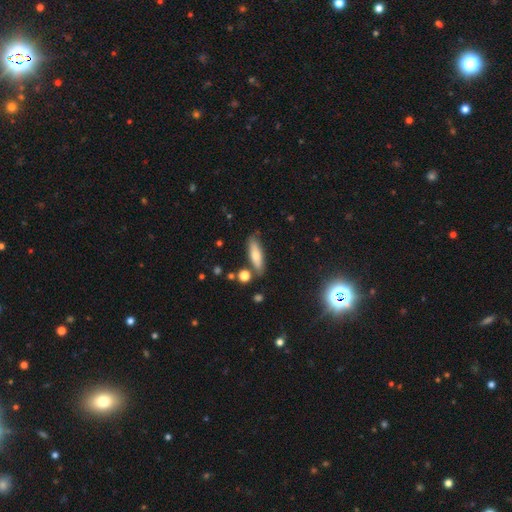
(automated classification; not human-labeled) smooth-or-featured: smooth: 64% | featured or disk: 28% | star or artifact: 8%
  how-rounded: cigar-shaped: 52% | in between: 45% | round: 3%
  merging: none: 77% | minor disturbance: 14% | merger: 6% | major disturbance: 3%